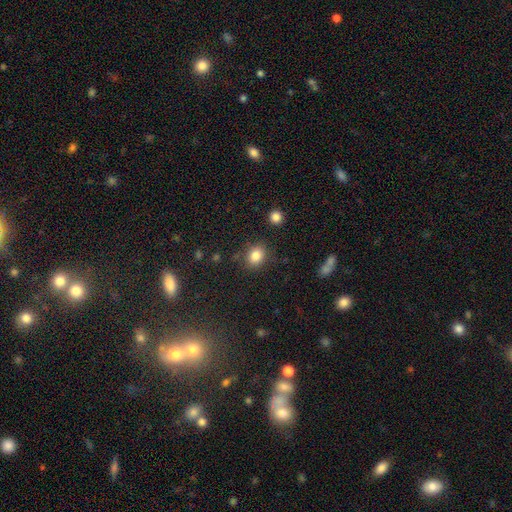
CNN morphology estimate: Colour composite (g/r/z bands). It shows a smooth galaxy with no disk features (83%) that is round (54%). Merging: none (81%).